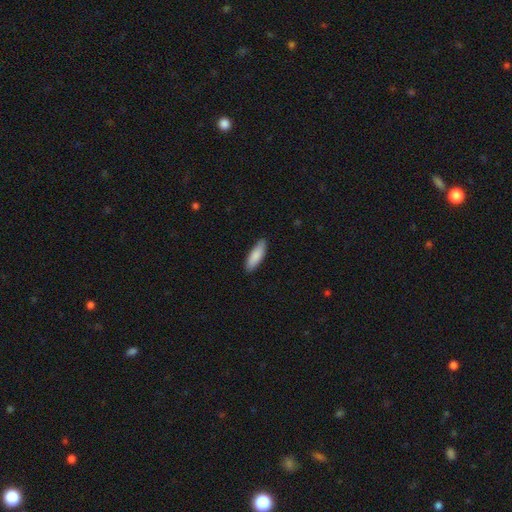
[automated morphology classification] Smooth or featured?
  - smooth: 87% *
  - featured or disk: 8%
  - star or artifact: 5%
How rounded?
  - in between: 50% *
  - cigar-shaped: 48%
  - round: 1%
Merging?
  - none: 87% *
  - minor disturbance: 10%
  - major disturbance: 2%
  - merger: 1%